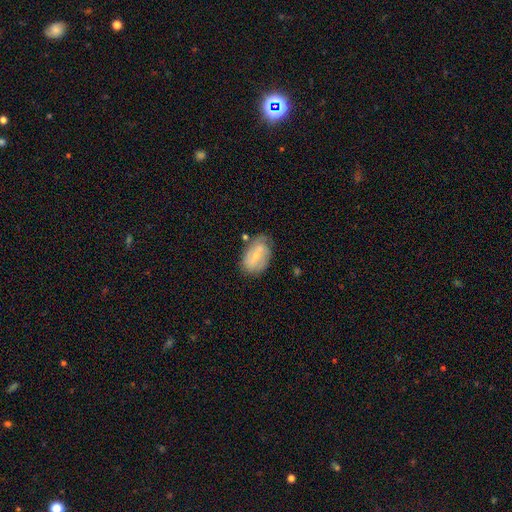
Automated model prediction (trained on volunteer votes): featured or disk 59%, smooth 34%, star or artifact 7%. Down the decision tree: edge-on disk — no (95%); bar — weak (47%); spiral arms — yes (80%); bulge size — small (66%); merging — none (64%).